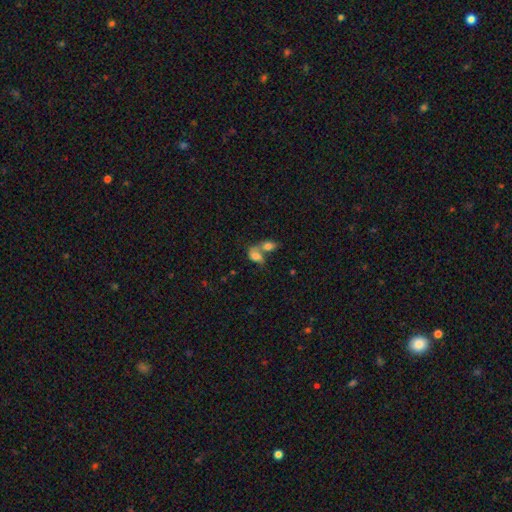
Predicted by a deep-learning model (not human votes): This is likely a smooth galaxy (70%). How rounded: clearly in between (84%). Merging: likely merger (71%).